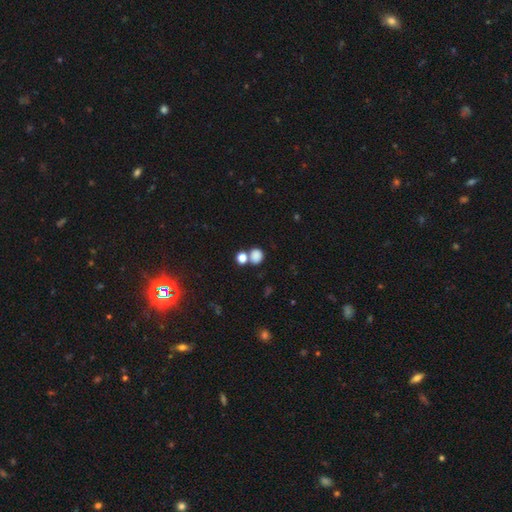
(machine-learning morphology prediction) smooth-or-featured: smooth: 81% | star or artifact: 13% | featured or disk: 5%
  how-rounded: round: 75% | in between: 24% | cigar-shaped: 1%
  merging: none: 59% | merger: 26% | minor disturbance: 10% | major disturbance: 4%